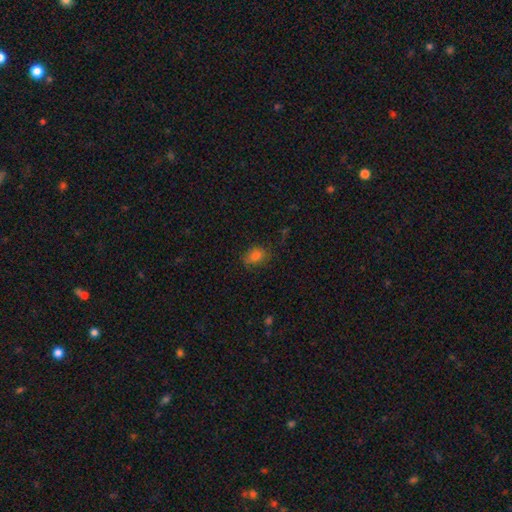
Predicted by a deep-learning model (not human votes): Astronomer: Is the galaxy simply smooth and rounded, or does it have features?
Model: smooth — 79%.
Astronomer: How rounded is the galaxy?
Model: in between — 64%.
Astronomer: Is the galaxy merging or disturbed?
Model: none — 74%.